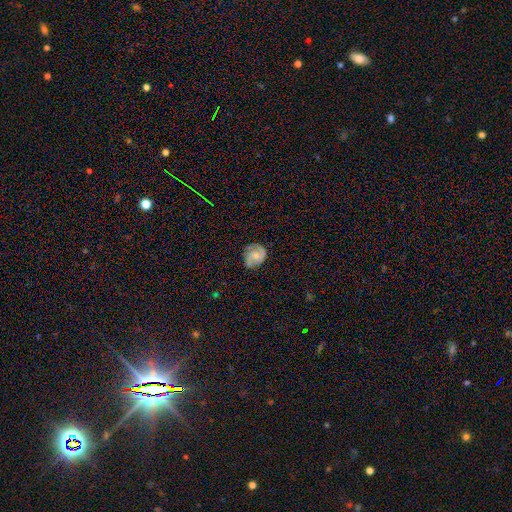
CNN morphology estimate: This appears to be a featured or disk galaxy (69%) with no bar (56%), 2 (73%) medium (47%) spiral arms (94%) and a small central bulge (46%). Merging: none (69%).